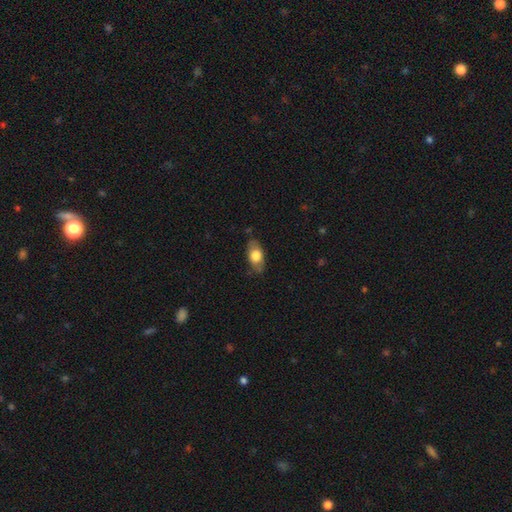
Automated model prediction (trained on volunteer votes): Smooth or featured? smooth (70%)
How rounded? in between (86%)
Merging? none (71%)